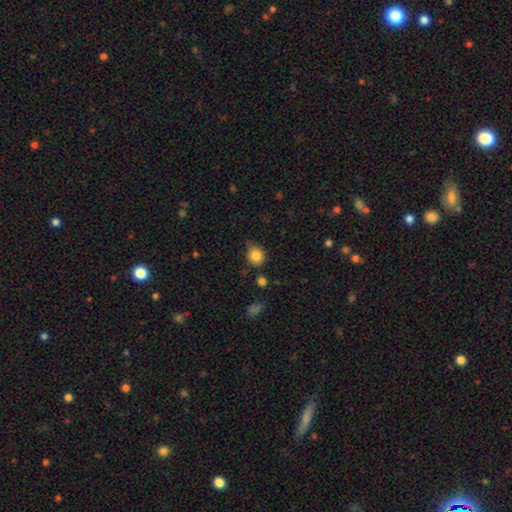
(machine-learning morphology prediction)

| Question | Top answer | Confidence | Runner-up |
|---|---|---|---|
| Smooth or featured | smooth | 83% | star or artifact (11%) |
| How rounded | round | 78% | in between (21%) |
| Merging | none | 66% | minor disturbance (25%) |